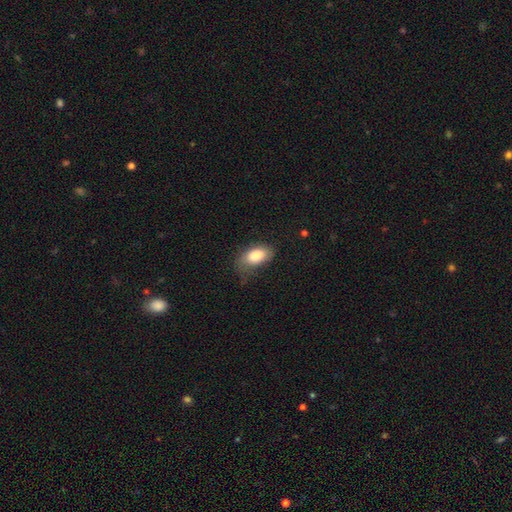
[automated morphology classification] Smooth or featured: smooth — 84% (featured or disk — 10%)
How rounded: in between — 92% (round — 5%)
Merging: none — 51% (minor disturbance — 33%)